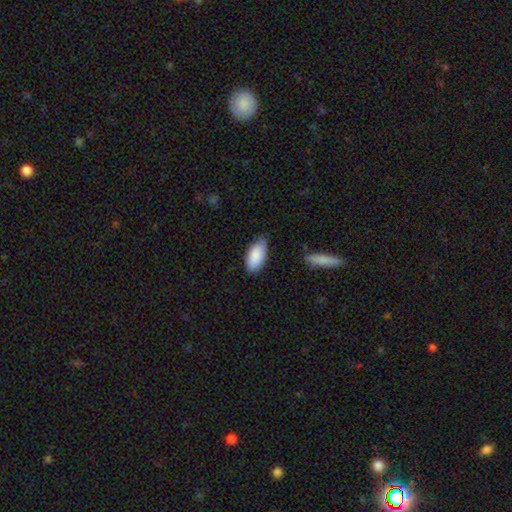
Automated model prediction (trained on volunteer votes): Smooth or featured? Predicted: smooth (p=0.88). How rounded? Predicted: in between (p=0.93). Merging? Predicted: none (p=0.68).